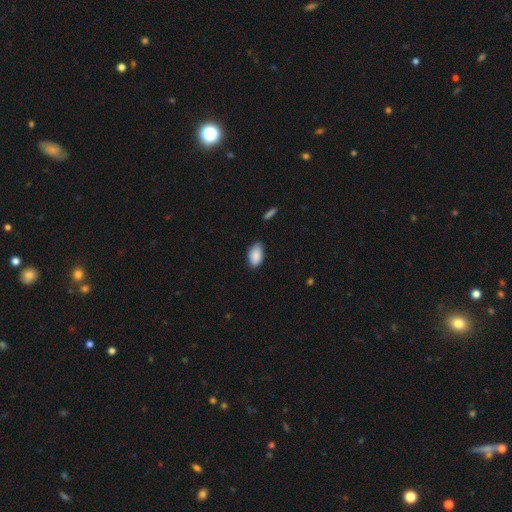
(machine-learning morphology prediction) smooth-or-featured: smooth: 89% | star or artifact: 6% | featured or disk: 5%
  how-rounded: in between: 94% | round: 4% | cigar-shaped: 2%
  merging: none: 78% | minor disturbance: 18% | major disturbance: 3% | merger: 2%